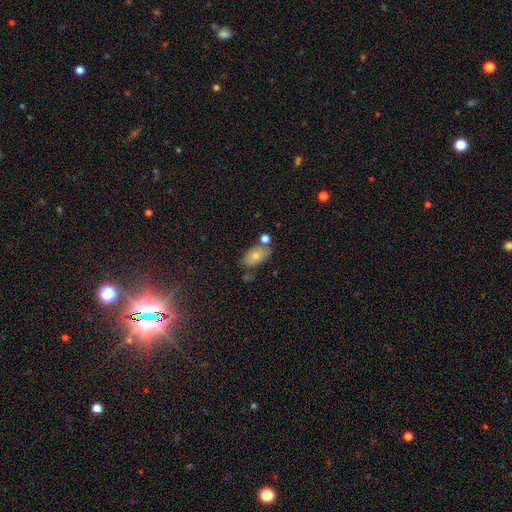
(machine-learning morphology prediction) Overall: smooth (77%). How rounded: in between (91%). Merging: none (59%).